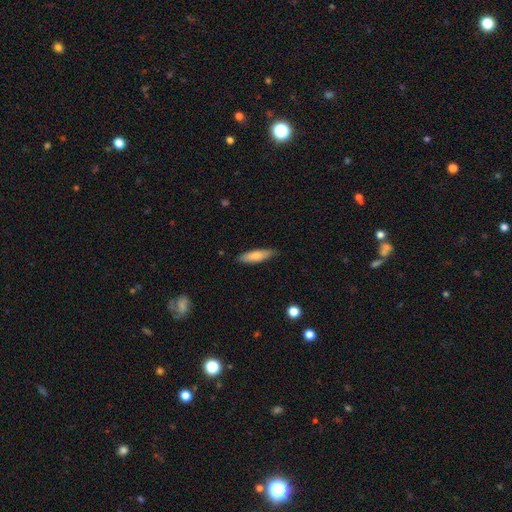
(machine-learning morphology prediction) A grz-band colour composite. It shows a smooth galaxy with no disk features (75%) that is cigar-shaped (63%). Merging: none (85%).